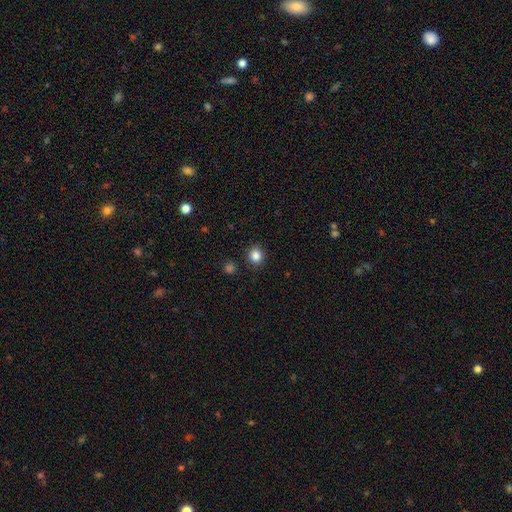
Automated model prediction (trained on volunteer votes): This is clearly a smooth galaxy (85%). How rounded: clearly round (89%). Merging: clearly none (89%).